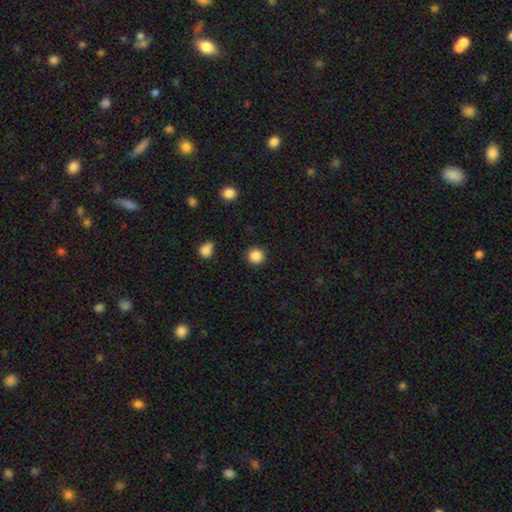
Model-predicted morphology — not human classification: Q: Smooth or featured?
A: smooth (87%); runner-up: star or artifact (10%)
Q: How rounded?
A: round (94%); runner-up: in between (5%)
Q: Merging?
A: none (90%); runner-up: minor disturbance (6%)